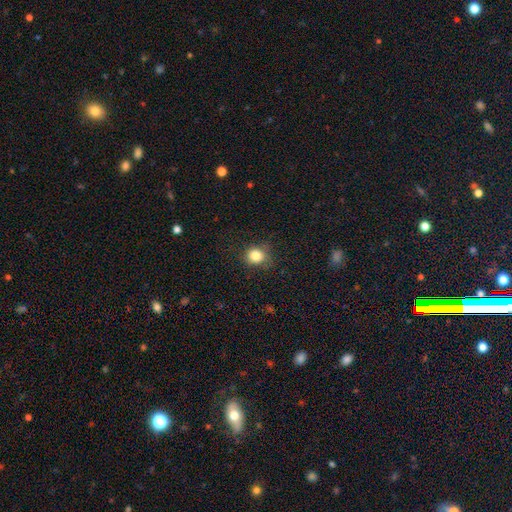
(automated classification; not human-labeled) smooth_or_featured: smooth (p=0.83) [alt: star or artifact p=0.12]
how_rounded: round (p=0.81) [alt: in between p=0.18]
merging: none (p=0.77) [alt: minor disturbance p=0.17]